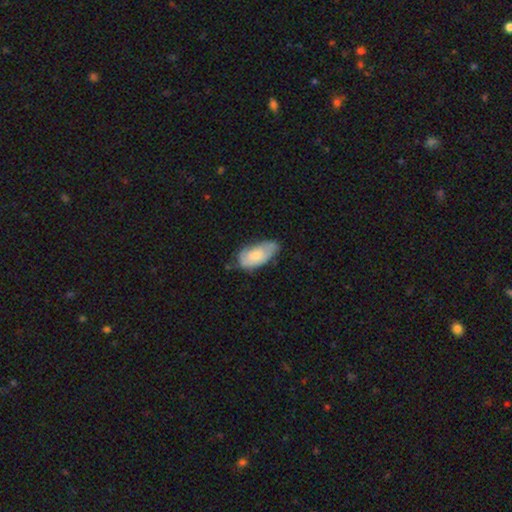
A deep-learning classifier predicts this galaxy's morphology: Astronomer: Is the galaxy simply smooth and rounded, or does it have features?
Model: smooth — 55% (runner-up: featured or disk, 39%).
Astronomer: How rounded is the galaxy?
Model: in between — 92%.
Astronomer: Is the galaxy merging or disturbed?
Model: none — 50% (runner-up: minor disturbance, 36%).